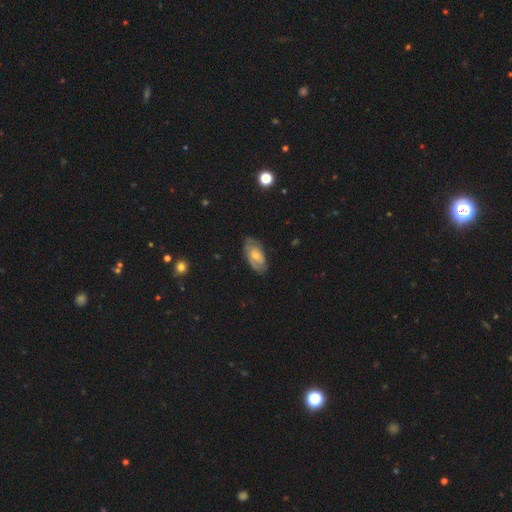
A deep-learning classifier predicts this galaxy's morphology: A featured or disk galaxy (58%) with no bar (66%), spiral arms (77%) and a small central bulge (49%).

Vote fractions:
- Smooth or featured? featured or disk: 58% / smooth: 35% / star or artifact: 7%
- Edge-on disk? no: 93% / yes: 7%
- Bar? no: 66% / weak: 29% / strong: 5%
- Spiral arms? yes: 77% / no: 23%
- Bulge size? small: 49% / moderate: 42% / none: 4% / large: 3% / dominant: 1%
- Merging? none: 71% / minor disturbance: 22% / major disturbance: 6% / merger: 1%